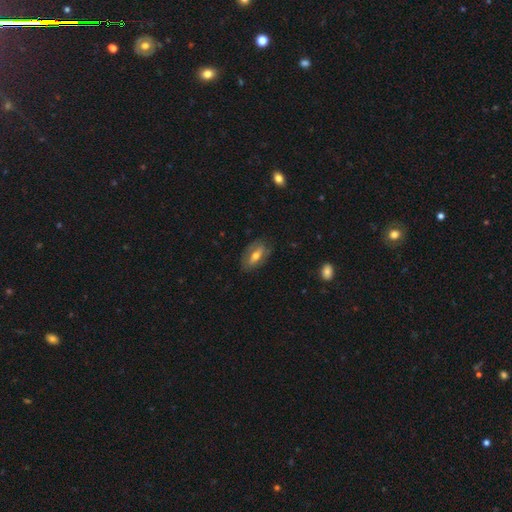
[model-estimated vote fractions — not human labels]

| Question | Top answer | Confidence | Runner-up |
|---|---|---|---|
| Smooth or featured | smooth | 46% | tied: featured or disk (46%) |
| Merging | none | 76% | minor disturbance (18%) |